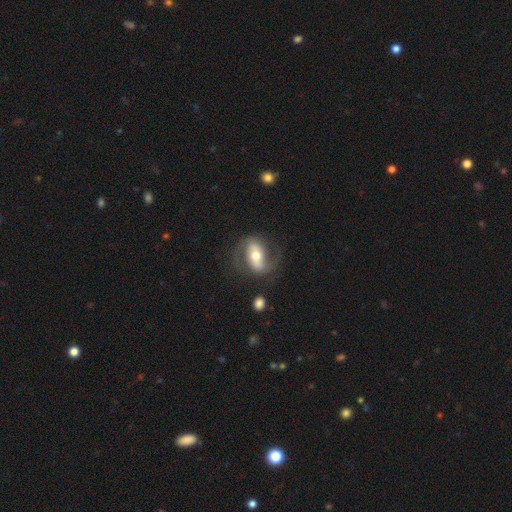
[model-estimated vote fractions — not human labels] The model was most divided on "bar": strong: 42%, weak: 30%, no: 28%. Remaining: edge-on disk — no (95%); spiral arm count — 2 (88%); spiral arms — yes (84%); smooth or featured — featured or disk (71%); merging — none (69%); bulge size — moderate (69%); spiral winding — medium (46%).